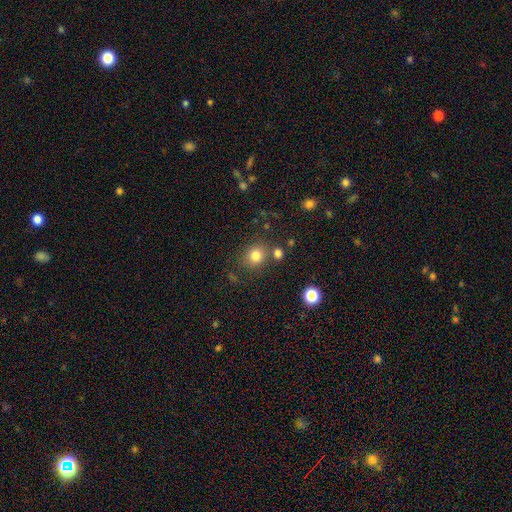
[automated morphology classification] Overall: smooth (80%). How rounded: round (81%). Merging: none (77%).